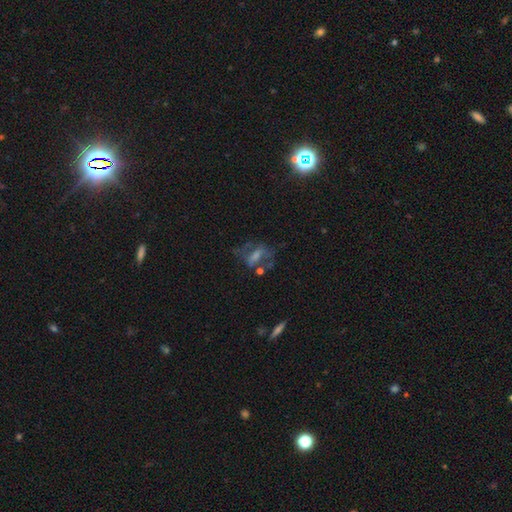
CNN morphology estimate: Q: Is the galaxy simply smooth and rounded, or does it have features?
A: featured or disk — 52%.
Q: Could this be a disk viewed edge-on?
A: no — 89%.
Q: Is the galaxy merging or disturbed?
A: none — 52%.